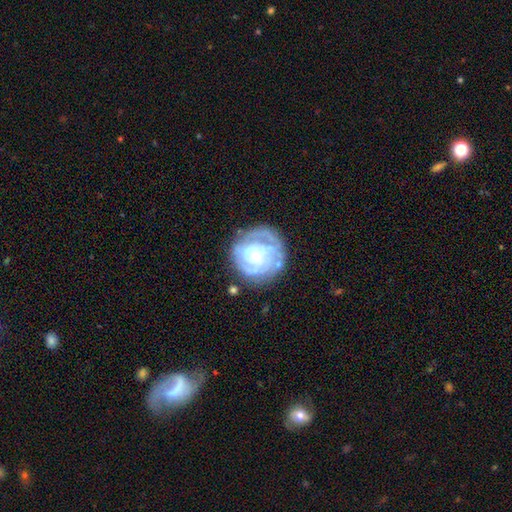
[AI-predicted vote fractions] A featured or disk galaxy (79%) with no bar (72%), tight (73%) spiral arms (88%) and a small central bulge (72%).

Vote fractions:
- Smooth or featured? featured or disk: 79% / smooth: 15% / star or artifact: 6%
- Edge-on disk? no: 98% / yes: 2%
- Bar? no: 72% / weak: 22% / strong: 5%
- Spiral arms? yes: 88% / no: 12%
- Spiral winding? tight: 73% / medium: 21% / loose: 6%
- Spiral arm count? can't tell: 40% / 2: 22% / 3: 19% / 4: 8% / 1: 6% / more than 4: 5%
- Bulge size? small: 72% / moderate: 23% / none: 3% / large: 2% / dominant: 1%
- Merging? none: 68% / minor disturbance: 19% / major disturbance: 10% / merger: 3%